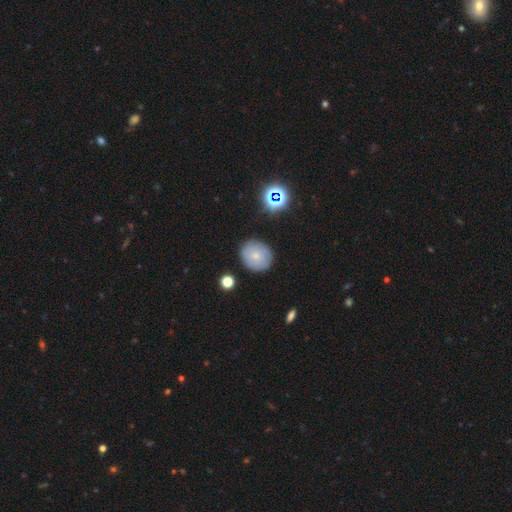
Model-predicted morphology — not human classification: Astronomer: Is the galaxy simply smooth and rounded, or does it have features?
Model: smooth — 70%.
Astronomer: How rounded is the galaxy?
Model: round — 76%.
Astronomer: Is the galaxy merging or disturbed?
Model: none — 83%.